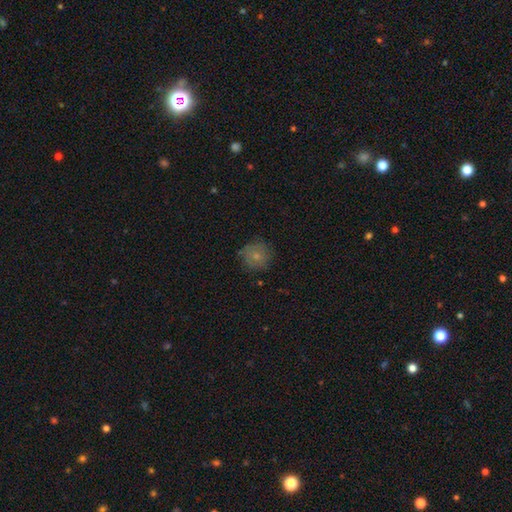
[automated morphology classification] smooth-or-featured: smooth: 73% | featured or disk: 17% | star or artifact: 10%
  how-rounded: round: 91% | in between: 8% | cigar-shaped: 1%
  merging: none: 77% | minor disturbance: 17% | major disturbance: 4% | merger: 1%